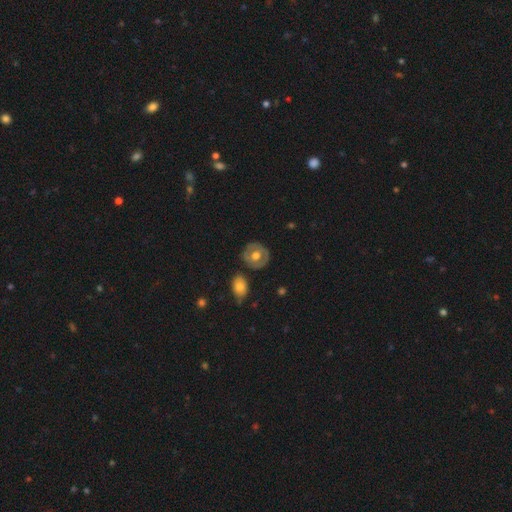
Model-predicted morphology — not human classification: Q: Smooth or featured?
A: featured or disk (49%); runner-up: smooth (45%)
Q: Merging?
A: none (79%); runner-up: minor disturbance (13%)